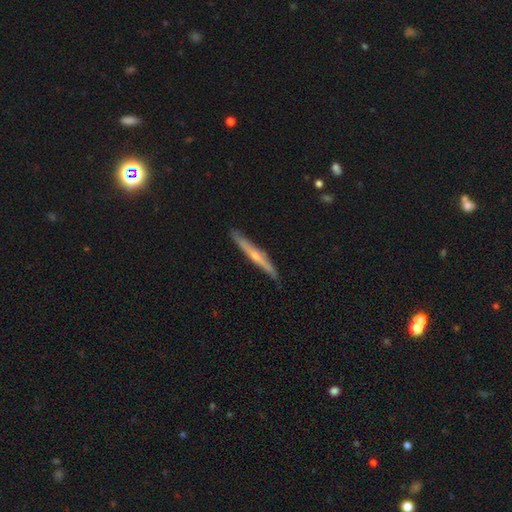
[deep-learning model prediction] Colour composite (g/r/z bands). It shows a featured or disk galaxy (60%) viewed edge-on (95%) with a rounded central bulge (60%). Merging: none (86%).